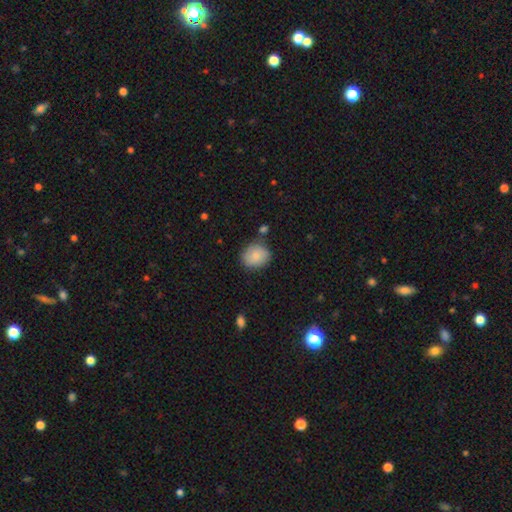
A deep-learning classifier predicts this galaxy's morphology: This is likely a smooth galaxy (79%). How rounded: likely round (64%). Merging: likely none (73%).